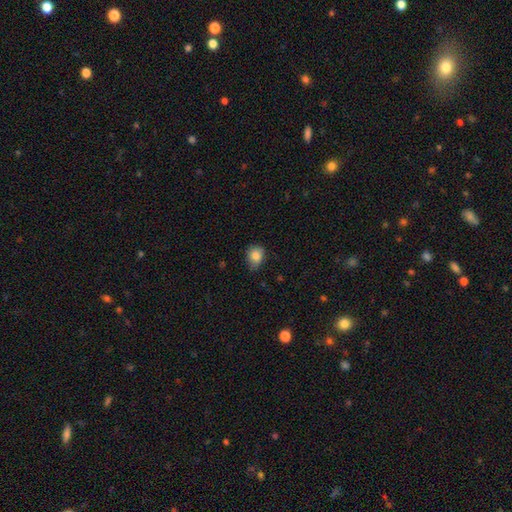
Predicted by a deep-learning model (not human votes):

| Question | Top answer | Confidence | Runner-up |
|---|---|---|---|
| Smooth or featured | smooth | 83% | star or artifact (10%) |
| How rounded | round | 55% | in between (44%) |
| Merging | none | 62% | minor disturbance (31%) |